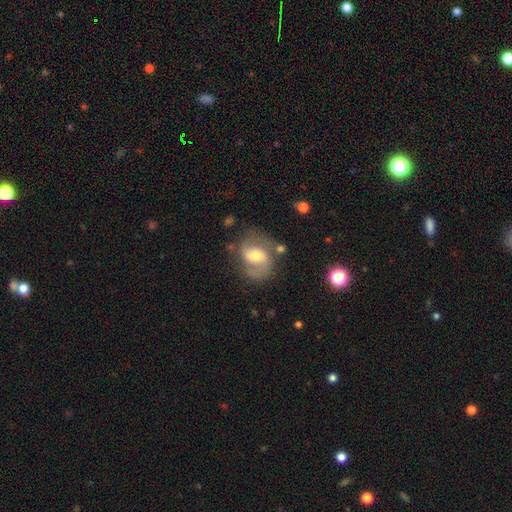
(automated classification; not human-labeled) The model was most divided on "bar": weak: 47%, no: 35%, strong: 18%. More confident: edge-on disk — no (97%); spiral arms — yes (86%); spiral arm count — 2 (81%); smooth or featured — featured or disk (68%); bulge size — moderate (65%); merging — none (63%); spiral winding — medium (50%).